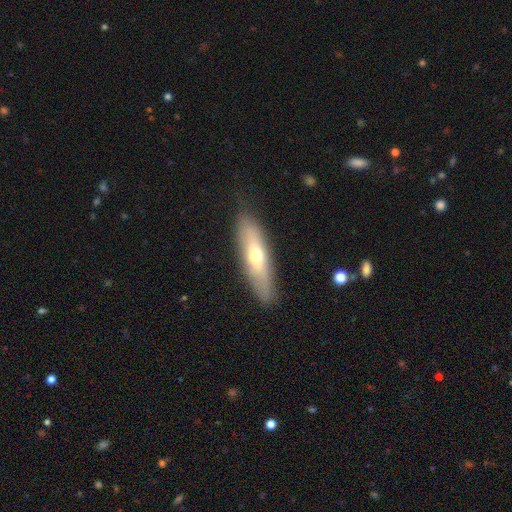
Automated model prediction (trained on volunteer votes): smooth-or-featured: smooth: 56% | featured or disk: 37% | star or artifact: 7%
  how-rounded: cigar-shaped: 61% | in between: 37% | round: 2%
  merging: none: 84% | minor disturbance: 12% | major disturbance: 3% | merger: 1%